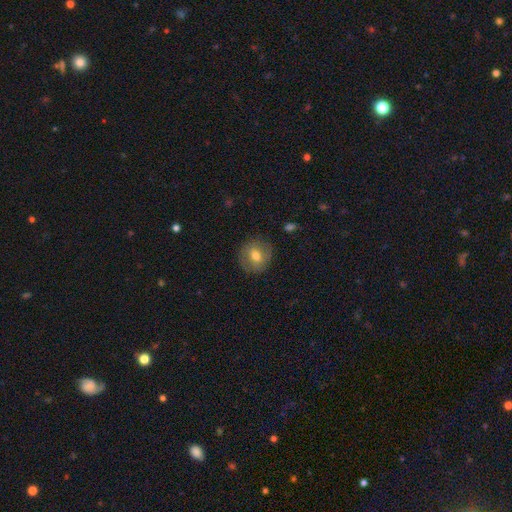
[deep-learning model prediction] This appears to be a smooth galaxy with no disk features (67%) that is round (85%). Merging: none (84%).